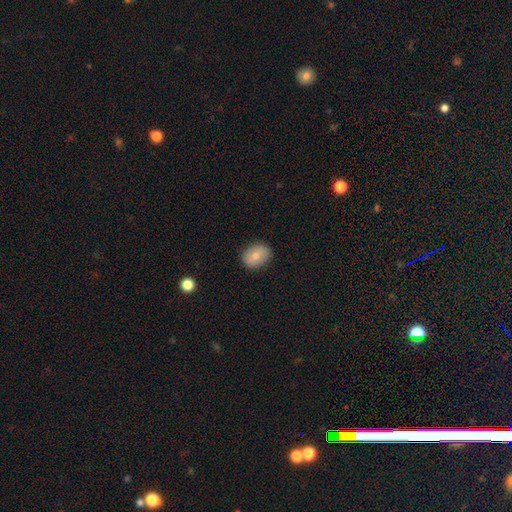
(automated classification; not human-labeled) Smooth or featured? smooth (76%)
How rounded? in between (66%)
Merging? none (87%)